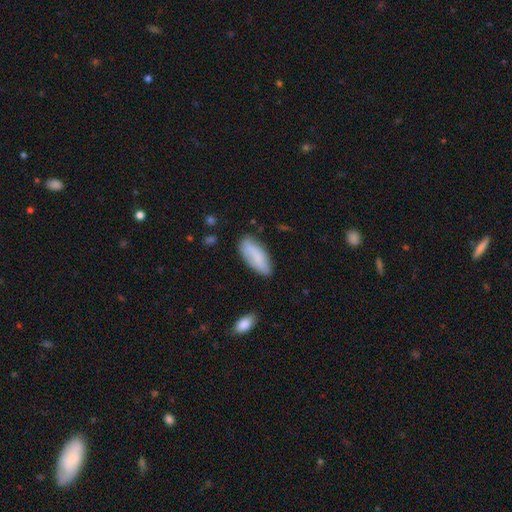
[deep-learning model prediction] A smooth galaxy with no disk features (80%) that is in between round and cigar-shaped (75%).

Vote fractions:
- Smooth or featured? smooth: 80% / featured or disk: 14% / star or artifact: 6%
- How rounded? in between: 75% / cigar-shaped: 23% / round: 2%
- Merging? none: 73% / minor disturbance: 20% / major disturbance: 4% / merger: 3%